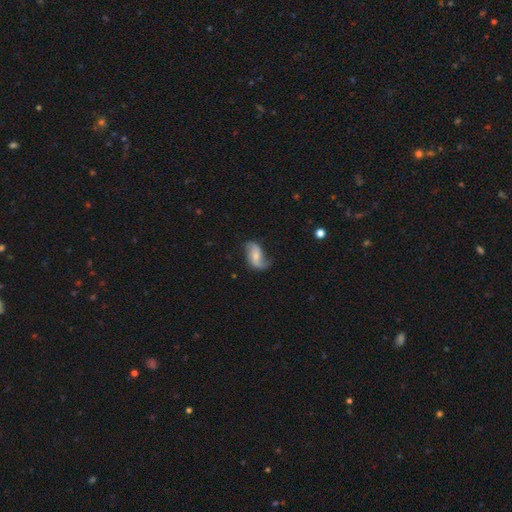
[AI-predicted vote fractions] A featured or disk galaxy (72%) with no bar (46%), 2 (87%) loose (75%) spiral arms (93%) and a small central bulge (53%). Merging: none (63%).